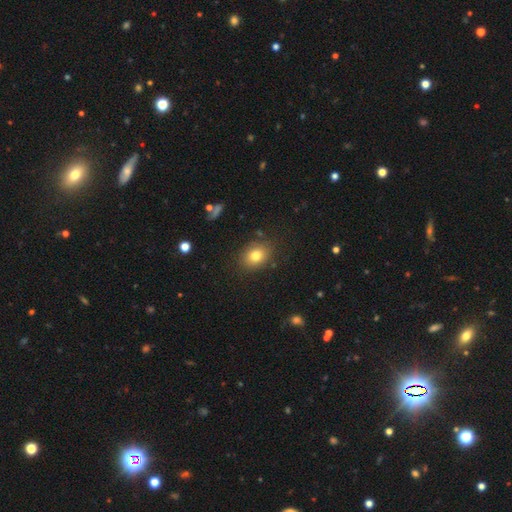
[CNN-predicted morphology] smooth 80%, star or artifact 11%, featured or disk 10%. Down the decision tree: how rounded — in between (60%); merging — none (84%).